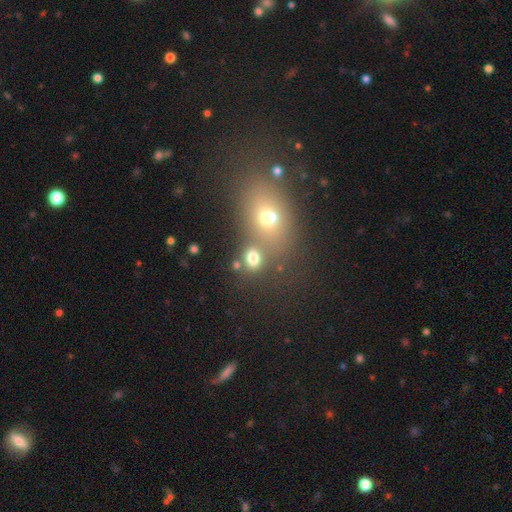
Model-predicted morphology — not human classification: smooth_or_featured: smooth (p=0.64) [alt: star or artifact p=0.21]
how_rounded: round (p=0.51) [alt: in between p=0.48]
merging: none (p=0.46) [alt: merger p=0.39]